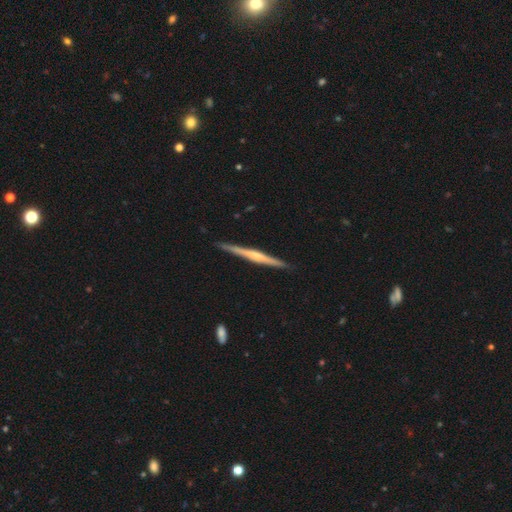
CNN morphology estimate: smooth_or_featured: featured or disk (p=0.76) [alt: smooth p=0.19]
disk_edge_on: yes (p=0.98) [alt: no p=0.02]
edge_on_bulge: rounded (p=0.64) [alt: none p=0.25]
merging: none (p=0.91) [alt: minor disturbance p=0.07]